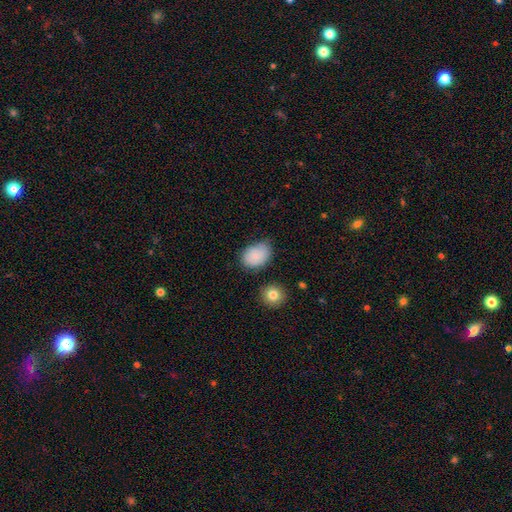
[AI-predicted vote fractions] Q: Smooth or featured?
A: smooth (81%); runner-up: featured or disk (11%)
Q: How rounded?
A: in between (71%); runner-up: round (28%)
Q: Merging?
A: none (62%); runner-up: minor disturbance (28%)